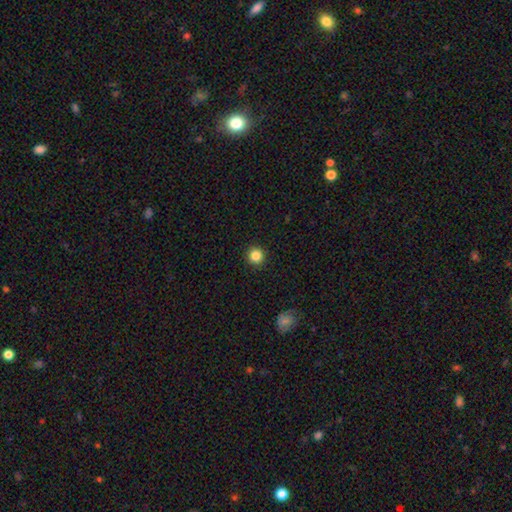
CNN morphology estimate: smooth_or_featured: smooth (p=0.85) [alt: star or artifact p=0.11]
how_rounded: round (p=0.96) [alt: in between p=0.04]
merging: none (p=0.93) [alt: minor disturbance p=0.04]